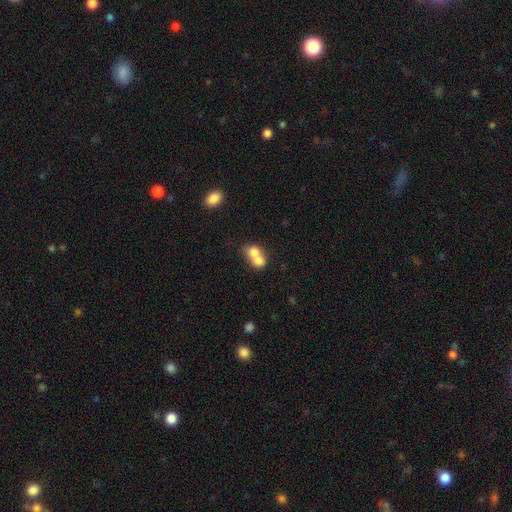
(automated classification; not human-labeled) smooth 72%, featured or disk 19%, star or artifact 9%. Down the decision tree: how rounded — round (56%); merging — merger (73%).